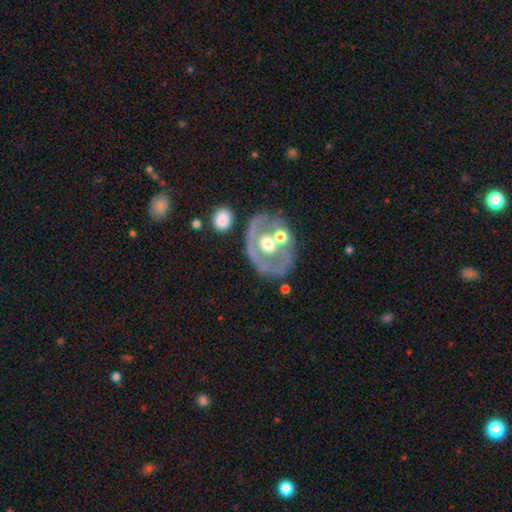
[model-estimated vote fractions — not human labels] Morphology: type=featured or disk (69%); edge-on=no (94%); bar=no (75%); spiral arms=no (73%); bulge=moderate (71%); merging=none (57%).